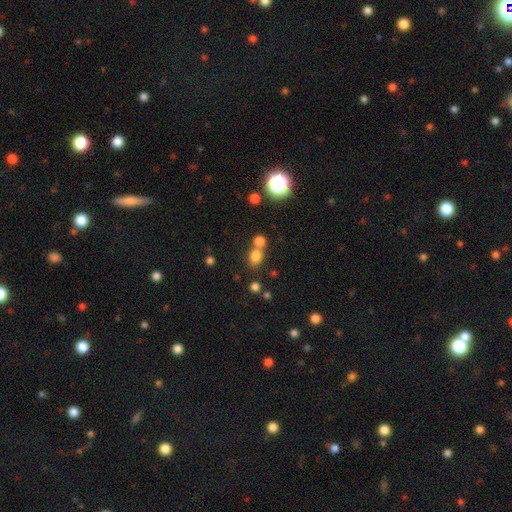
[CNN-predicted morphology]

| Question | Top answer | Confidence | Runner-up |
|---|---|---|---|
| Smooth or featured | smooth | 76% | star or artifact (17%) |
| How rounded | round | 54% | in between (44%) |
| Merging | none | 50% | merger (37%) |